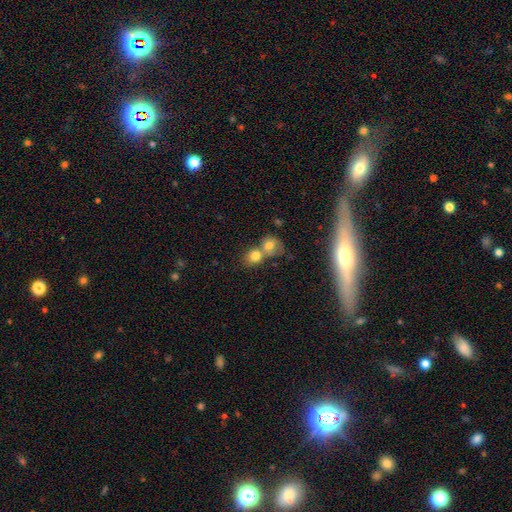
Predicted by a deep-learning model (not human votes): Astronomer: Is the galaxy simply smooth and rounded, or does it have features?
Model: smooth — 78%.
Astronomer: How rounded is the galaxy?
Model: round — 72%.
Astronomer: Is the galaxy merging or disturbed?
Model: merger — 58%.